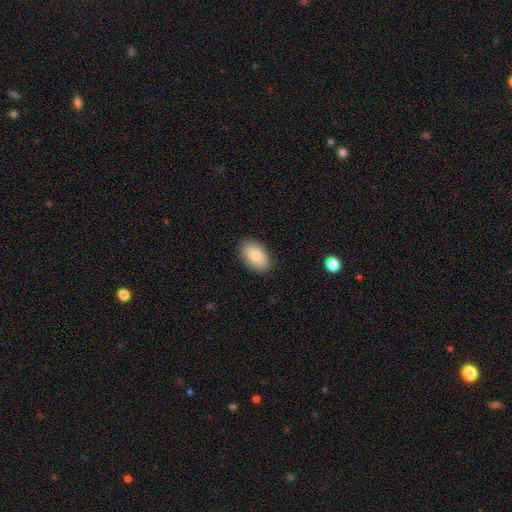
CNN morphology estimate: smooth_or_featured: smooth (p=0.83) [alt: featured or disk p=0.10]
how_rounded: in between (p=0.92) [alt: round p=0.06]
merging: none (p=0.86) [alt: minor disturbance p=0.10]